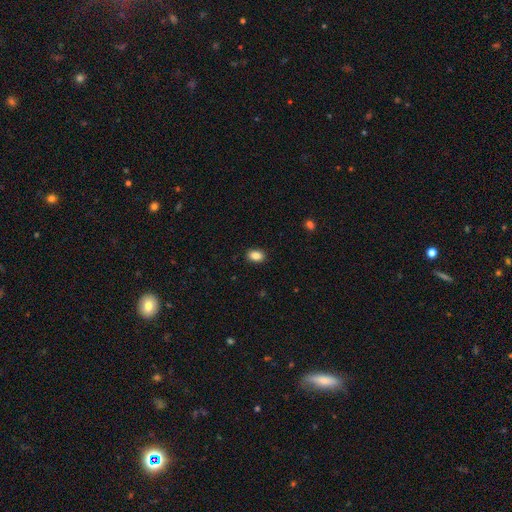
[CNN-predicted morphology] This appears to be a smooth galaxy with no disk features (87%) that is in between round and cigar-shaped (82%). Merging: none (90%).